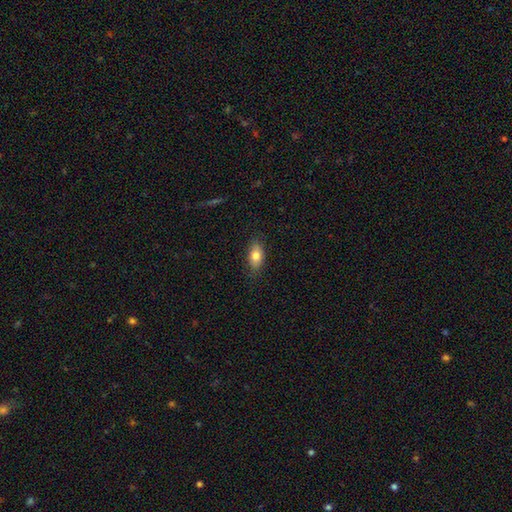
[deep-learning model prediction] Morphology: type=smooth (79%); roundness=in between (88%); merging=none (84%).